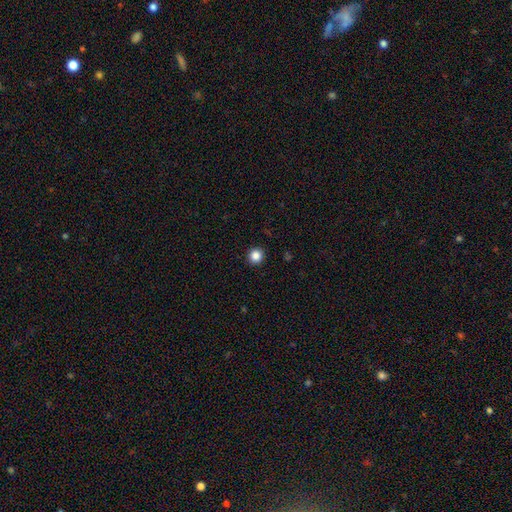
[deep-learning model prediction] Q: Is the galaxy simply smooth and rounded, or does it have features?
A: smooth — 86%.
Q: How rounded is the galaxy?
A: round — 94%.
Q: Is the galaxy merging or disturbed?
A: none — 93%.